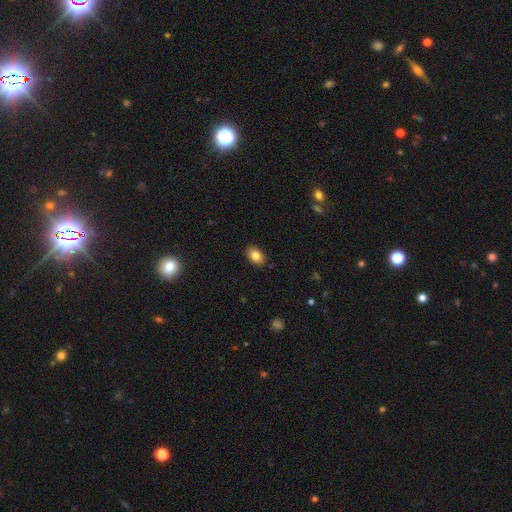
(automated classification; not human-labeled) Smooth or featured? smooth (83%)
How rounded? in between (84%)
Merging? none (87%)